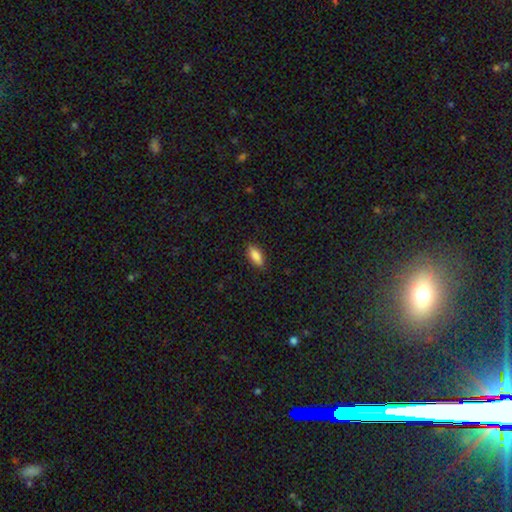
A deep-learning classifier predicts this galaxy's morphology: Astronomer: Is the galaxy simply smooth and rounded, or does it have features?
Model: smooth — 86%.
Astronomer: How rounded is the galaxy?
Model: in between — 83%.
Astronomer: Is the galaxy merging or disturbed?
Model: none — 87%.